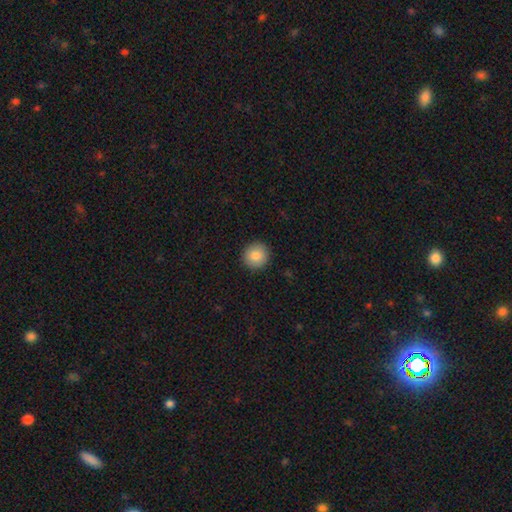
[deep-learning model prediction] Smooth or featured: smooth — 84% (star or artifact — 8%)
How rounded: round — 95% (in between — 4%)
Merging: none — 92% (minor disturbance — 5%)